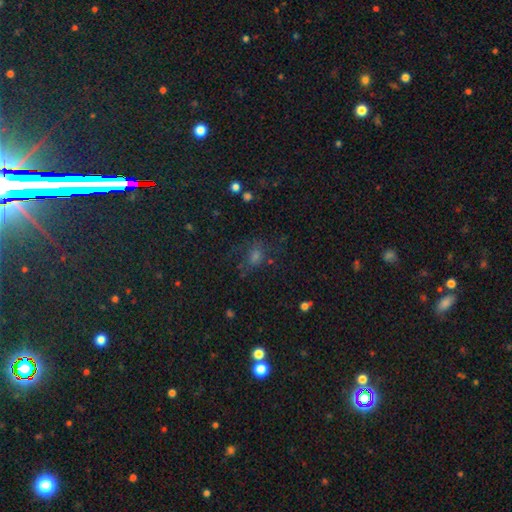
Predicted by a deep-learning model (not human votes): Smooth or featured? smooth (45%)
Merging? none (55%)